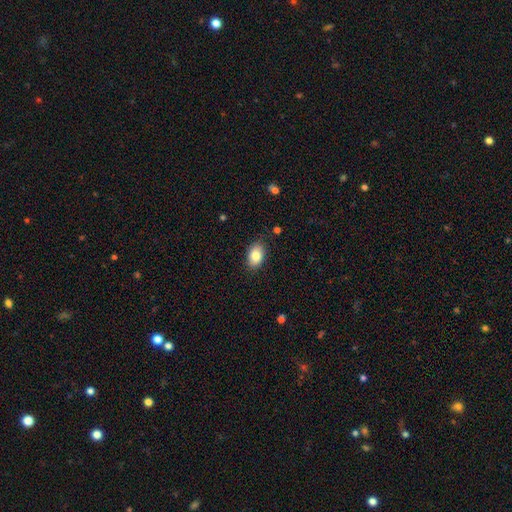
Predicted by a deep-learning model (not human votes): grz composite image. It shows a smooth galaxy with no disk features (83%) that is in between round and cigar-shaped (89%). Merging: none (84%).